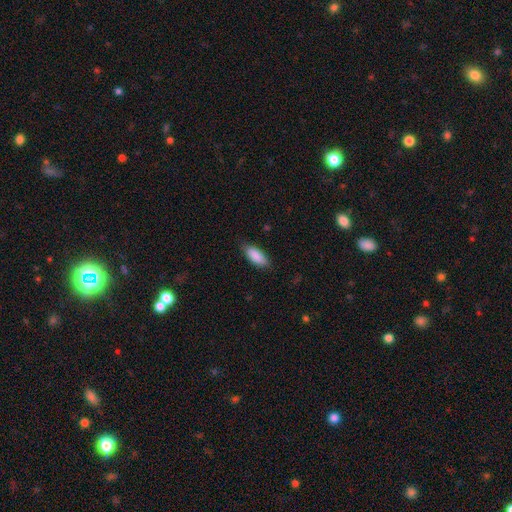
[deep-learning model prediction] Q: Smooth or featured?
A: smooth (89%); runner-up: star or artifact (6%)
Q: How rounded?
A: in between (80%); runner-up: cigar-shaped (19%)
Q: Merging?
A: none (83%); runner-up: minor disturbance (14%)